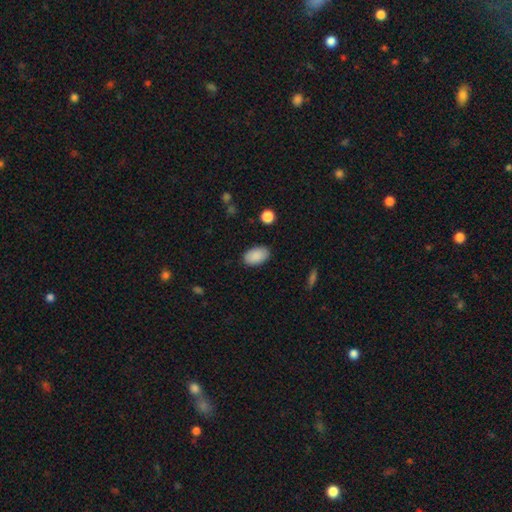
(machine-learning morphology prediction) Smooth or featured? smooth (89%)
How rounded? in between (92%)
Merging? none (86%)